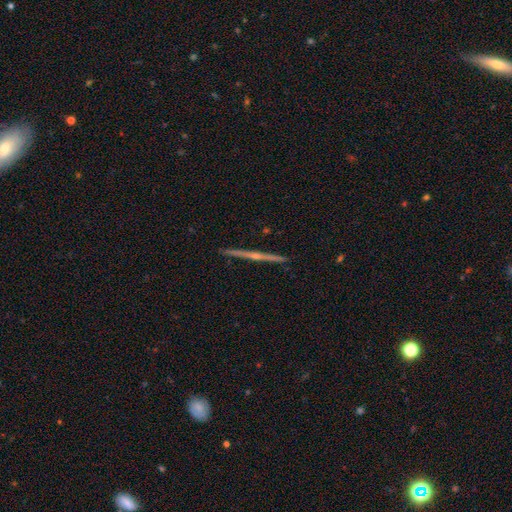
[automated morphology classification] Q: Smooth or featured?
A: featured or disk (65%); runner-up: smooth (21%)
Q: Edge-on disk?
A: yes (95%); runner-up: no (5%)
Q: Edge-on bulge?
A: rounded (48%); runner-up: none (42%)
Q: Merging?
A: none (89%); runner-up: minor disturbance (7%)